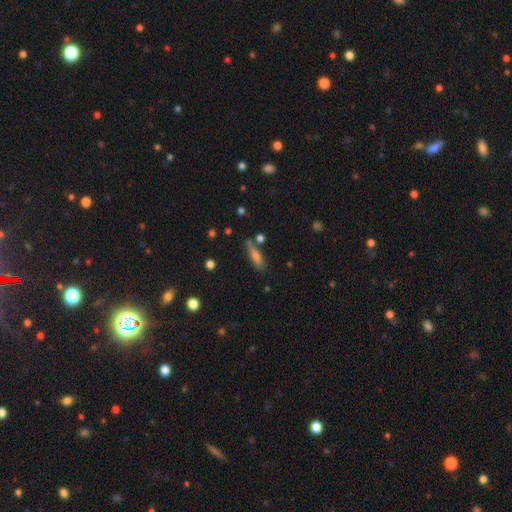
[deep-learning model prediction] The model was most divided on "smooth or featured": smooth: 61%, featured or disk: 28%, star or artifact: 11%. More confident: merging — none (67%); how rounded — cigar-shaped (66%).